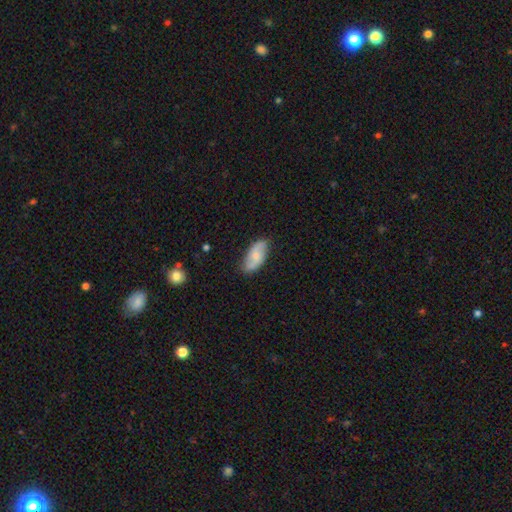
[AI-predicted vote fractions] smooth-or-featured: smooth: 49% | featured or disk: 45% | star or artifact: 6%
  merging: none: 77% | minor disturbance: 18% | major disturbance: 3% | merger: 1%